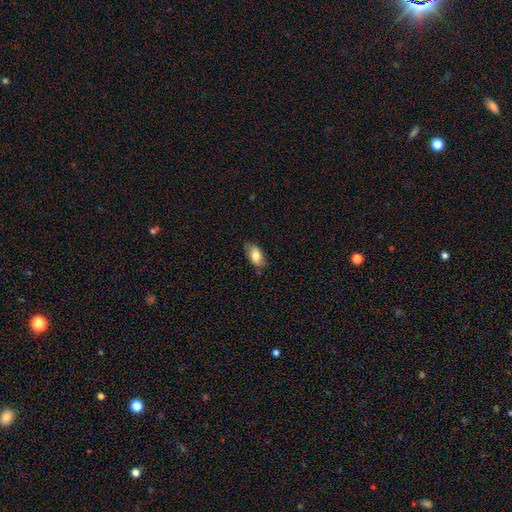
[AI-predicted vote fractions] smooth_or_featured: smooth (p=0.80) [alt: featured or disk p=0.14]
how_rounded: in between (p=0.92) [alt: round p=0.05]
merging: none (p=0.74) [alt: minor disturbance p=0.21]